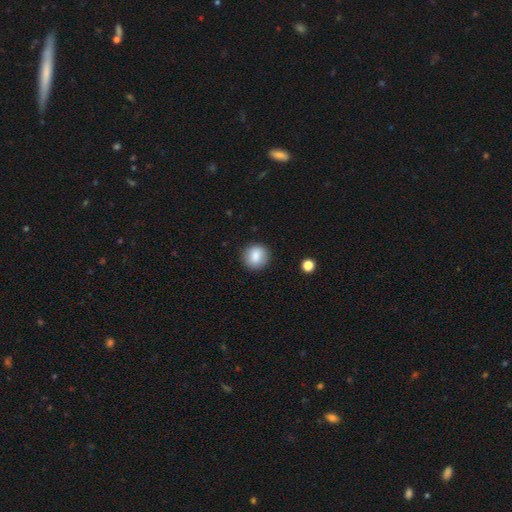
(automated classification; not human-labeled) Smooth or featured?
  - smooth: 85% *
  - star or artifact: 8%
  - featured or disk: 6%
How rounded?
  - round: 88% *
  - in between: 11%
  - cigar-shaped: 1%
Merging?
  - none: 89% *
  - minor disturbance: 8%
  - major disturbance: 2%
  - merger: 1%